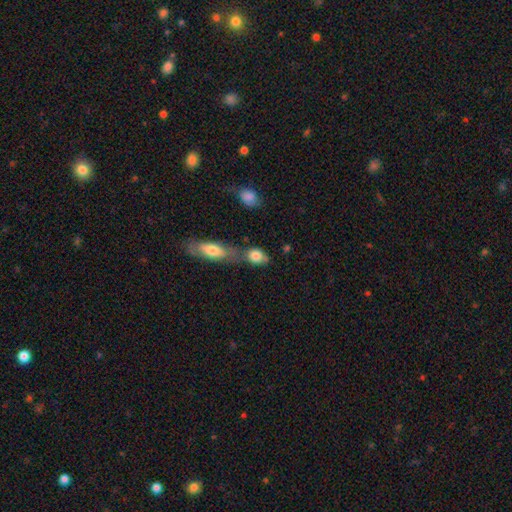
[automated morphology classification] The model was most divided on "merging": merger: 44%, none: 35%, minor disturbance: 14%, major disturbance: 7%. More confident: smooth or featured — smooth (80%); how rounded — in between (64%).